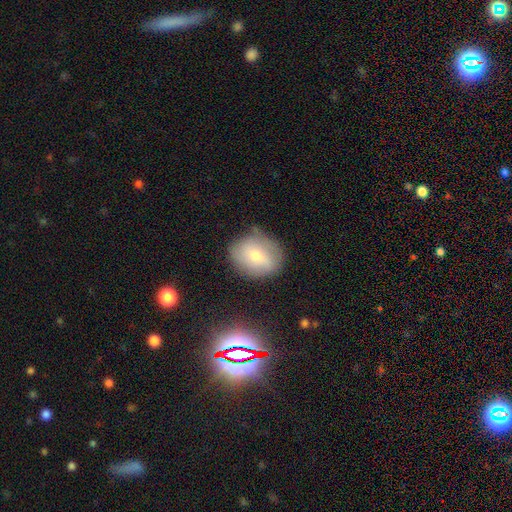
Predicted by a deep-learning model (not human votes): Morphology: type=smooth (63%); roundness=round (50%); merging=none (66%).